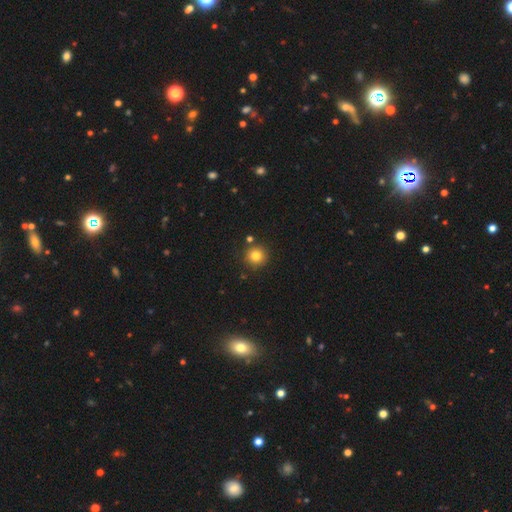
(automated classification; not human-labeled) A smooth galaxy with no disk features (81%) that is round (94%). Merging: none (85%).